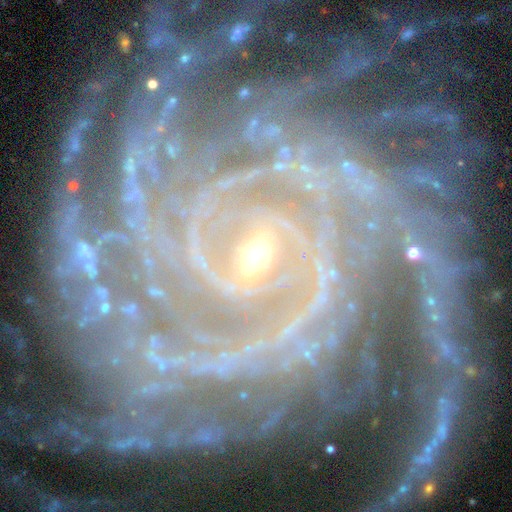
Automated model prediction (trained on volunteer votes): Overall: featured or disk (92%). Edge-on disk: no (98%). Bar: no (42%; weak 37%). Spiral arms: yes (98%). Spiral arm count: more than 4 (21%; 4 19%). Spiral winding: tight (75%). Bulge size: small (79%). Merging: none (65%).